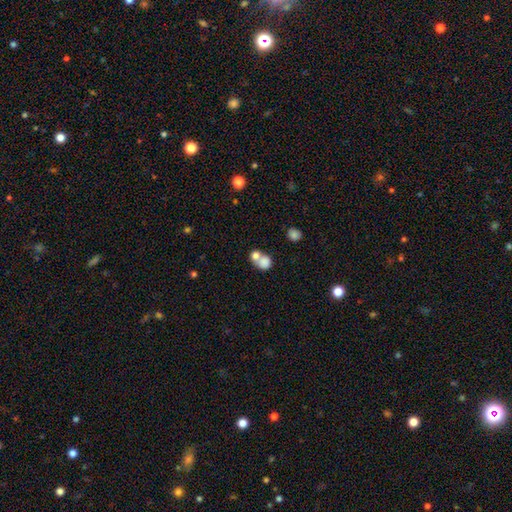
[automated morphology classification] smooth_or_featured: smooth (p=0.77) [alt: featured or disk p=0.13]
how_rounded: round (p=0.65) [alt: in between p=0.34]
merging: merger (p=0.64) [alt: none p=0.25]